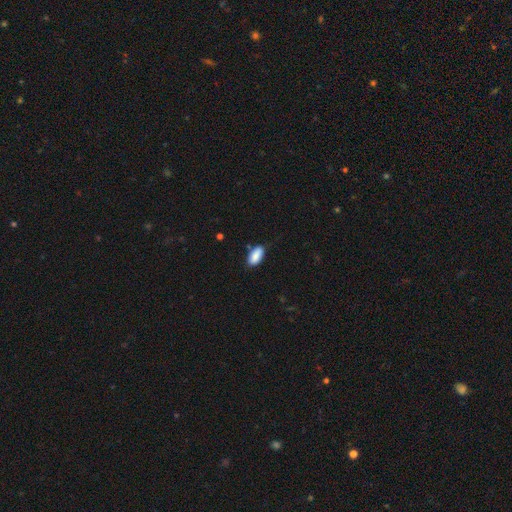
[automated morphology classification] Q: Smooth or featured?
A: smooth (87%); runner-up: star or artifact (7%)
Q: How rounded?
A: in between (93%); runner-up: cigar-shaped (5%)
Q: Merging?
A: none (76%); runner-up: minor disturbance (19%)